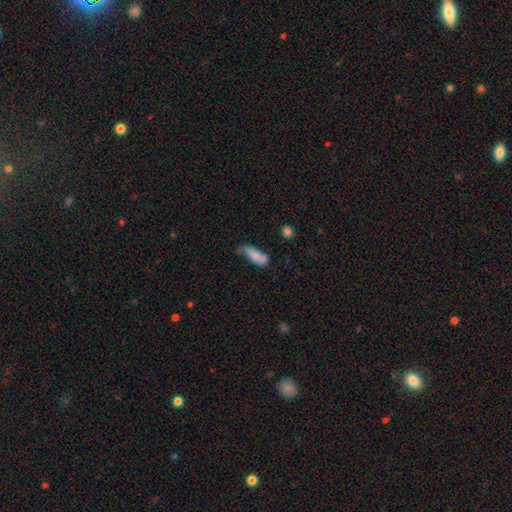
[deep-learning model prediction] A smooth galaxy with no disk features (76%) that is in between round and cigar-shaped (74%). Merging: none (38%).